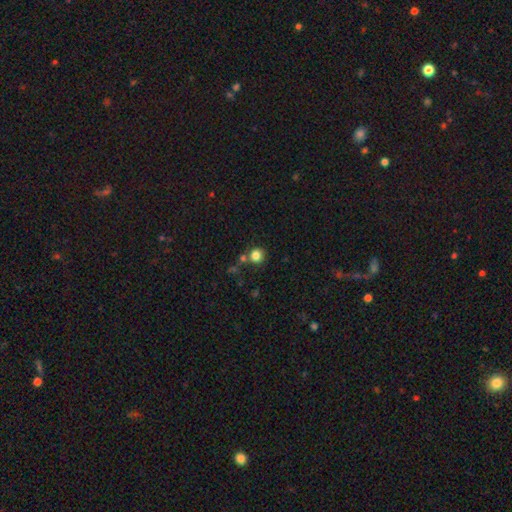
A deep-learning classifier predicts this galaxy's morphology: The model was most divided on "merging": none: 71%, merger: 15%, minor disturbance: 10%, major disturbance: 4%. More confident: how rounded — round (89%); smooth or featured — smooth (83%).